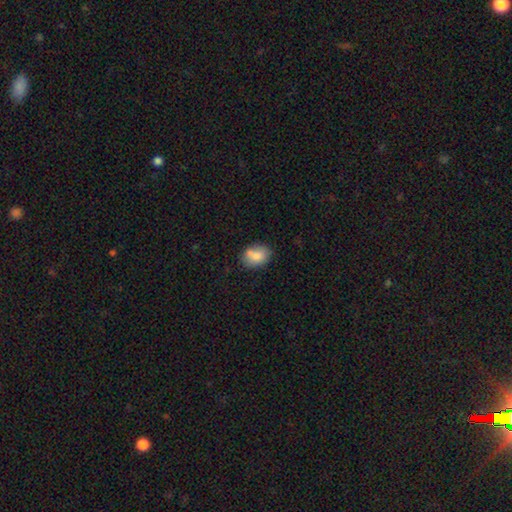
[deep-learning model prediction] A smooth galaxy with no disk features (79%) that is in between round and cigar-shaped (70%).

Vote fractions:
- Smooth or featured? smooth: 79% / featured or disk: 13% / star or artifact: 8%
- How rounded? in between: 70% / round: 29% / cigar-shaped: 1%
- Merging? none: 61% / minor disturbance: 19% / merger: 16% / major disturbance: 5%